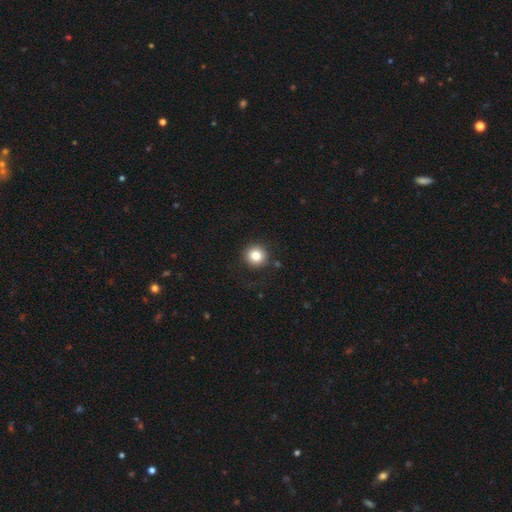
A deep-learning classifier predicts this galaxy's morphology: Smooth or featured?
  - smooth: 84% *
  - star or artifact: 10%
  - featured or disk: 6%
How rounded?
  - round: 94% *
  - in between: 6%
  - cigar-shaped: 1%
Merging?
  - none: 87% *
  - minor disturbance: 8%
  - major disturbance: 3%
  - merger: 2%